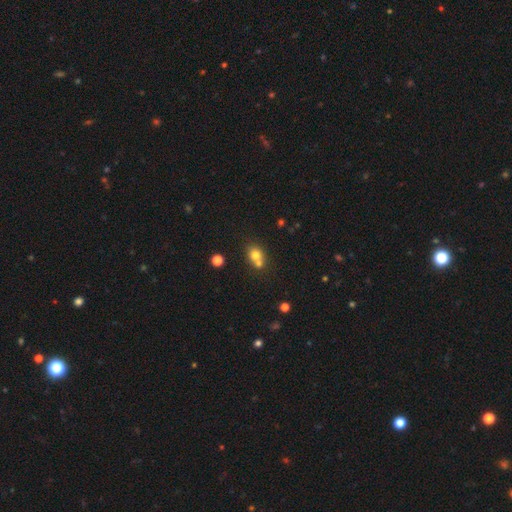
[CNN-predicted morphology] This appears to be a smooth galaxy with no disk features (74%) that is round (66%). Merging: merger (47%).